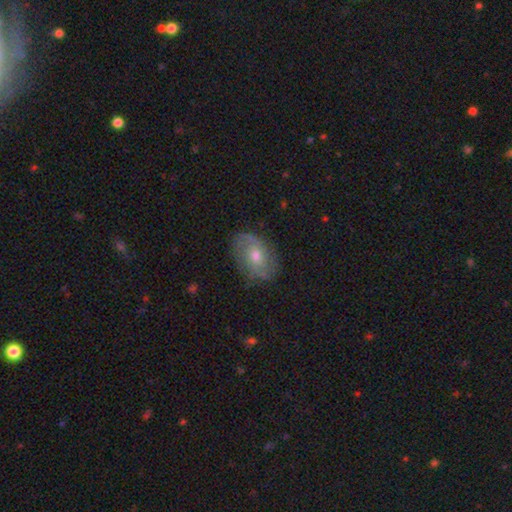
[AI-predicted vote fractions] The model was most divided on "bulge size": moderate: 63%, small: 32%, large: 3%, none: 1%, dominant: 1%. More confident: edge-on disk — no (95%); spiral arms — yes (83%); merging — none (77%); bar — no (70%); smooth or featured — featured or disk (63%).